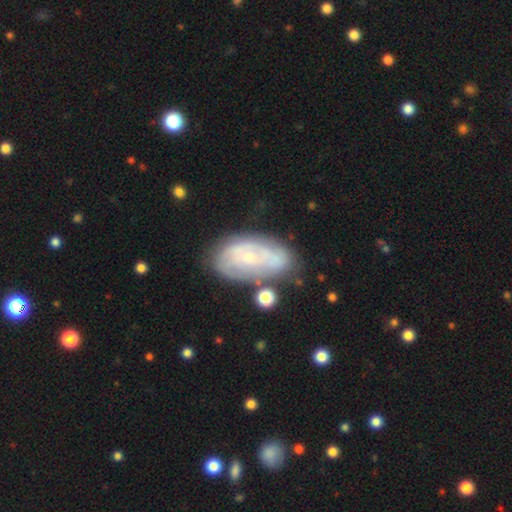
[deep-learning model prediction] Q: Smooth or featured?
A: featured or disk (64%); runner-up: smooth (28%)
Q: Edge-on disk?
A: no (93%); runner-up: yes (7%)
Q: Bar?
A: no (71%); runner-up: weak (23%)
Q: Spiral arms?
A: yes (71%); runner-up: no (29%)
Q: Bulge size?
A: small (73%); runner-up: moderate (21%)
Q: Merging?
A: none (60%); runner-up: minor disturbance (22%)